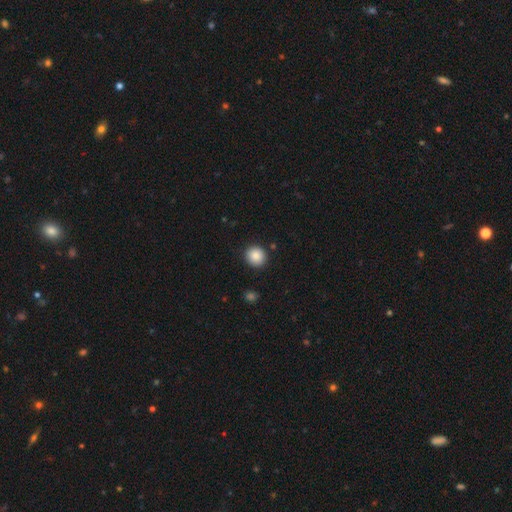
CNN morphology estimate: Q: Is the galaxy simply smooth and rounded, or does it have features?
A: smooth — 87%.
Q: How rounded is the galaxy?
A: round — 87%.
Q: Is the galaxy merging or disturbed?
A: none — 89%.